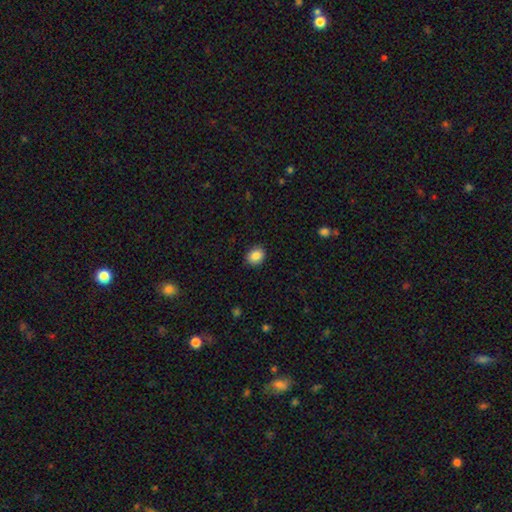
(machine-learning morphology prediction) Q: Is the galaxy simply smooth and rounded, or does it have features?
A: smooth — 87%.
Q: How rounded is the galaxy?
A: round — 55%.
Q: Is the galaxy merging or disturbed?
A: none — 89%.